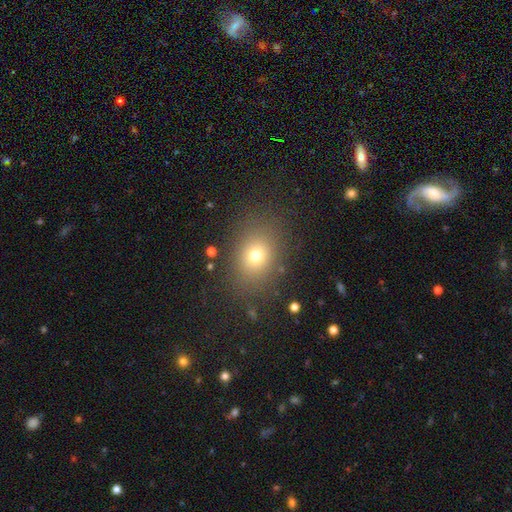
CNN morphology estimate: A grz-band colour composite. It shows a smooth galaxy with no disk features (72%) that is round (51%). Merging: none (83%).